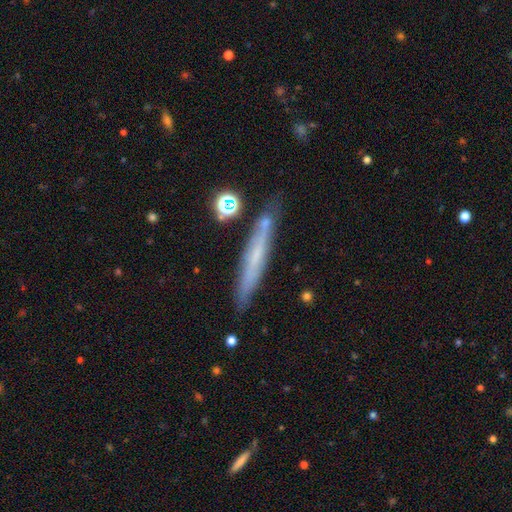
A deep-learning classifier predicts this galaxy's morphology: The model was most divided on "smooth or featured": featured or disk: 48%, smooth: 44%, star or artifact: 8%. More confident: merging — none (81%).